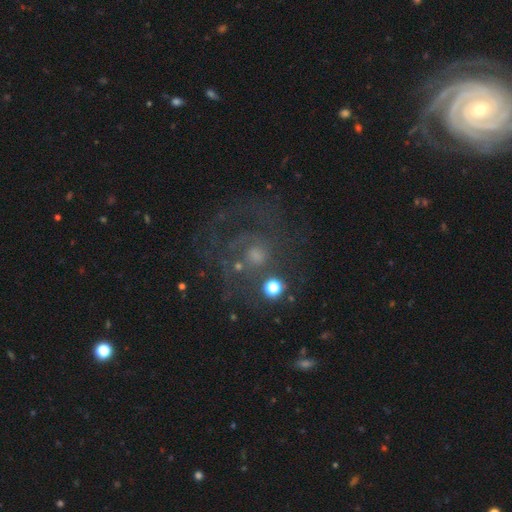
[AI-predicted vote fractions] Smooth or featured: featured or disk — 64% (smooth — 19%)
Edge-on disk: no — 97% (yes — 3%)
Bar: no — 79% (weak — 18%)
Spiral arms: yes — 71% (no — 29%)
Bulge size: small — 43% (moderate — 37%)
Merging: none — 56% (major disturbance — 21%)